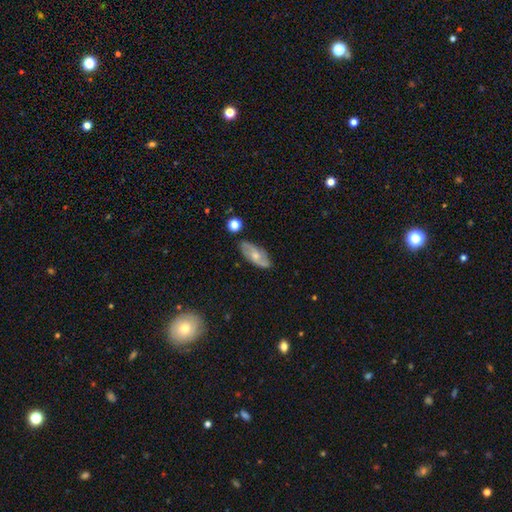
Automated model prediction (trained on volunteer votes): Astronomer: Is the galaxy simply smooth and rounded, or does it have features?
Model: featured or disk — 51% (runner-up: smooth, 42%).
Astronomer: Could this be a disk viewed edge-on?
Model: no — 87%.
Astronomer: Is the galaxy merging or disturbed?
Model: none — 80%.